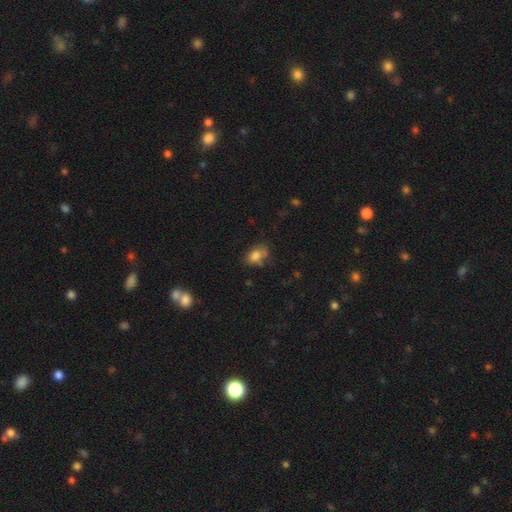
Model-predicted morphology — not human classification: This is likely a smooth galaxy (76%). How rounded: likely in between (78%). Merging: possibly none (52%).